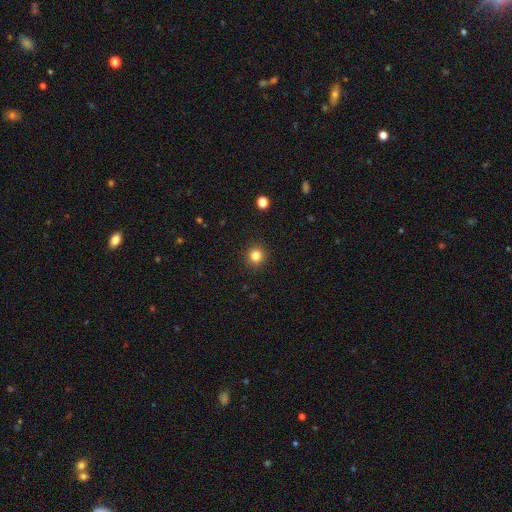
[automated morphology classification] smooth-or-featured: smooth: 82% | star or artifact: 12% | featured or disk: 5%
  how-rounded: round: 91% | in between: 8% | cigar-shaped: 1%
  merging: none: 92% | minor disturbance: 5% | major disturbance: 2% | merger: 1%